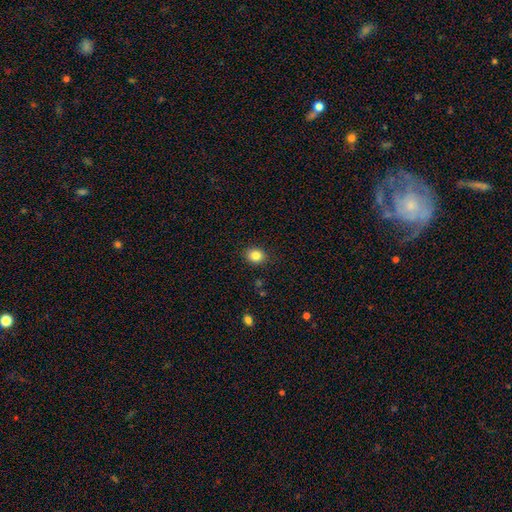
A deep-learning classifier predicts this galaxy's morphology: smooth_or_featured: smooth (p=0.84) [alt: star or artifact p=0.10]
how_rounded: round (p=0.64) [alt: in between p=0.35]
merging: none (p=0.88) [alt: minor disturbance p=0.09]